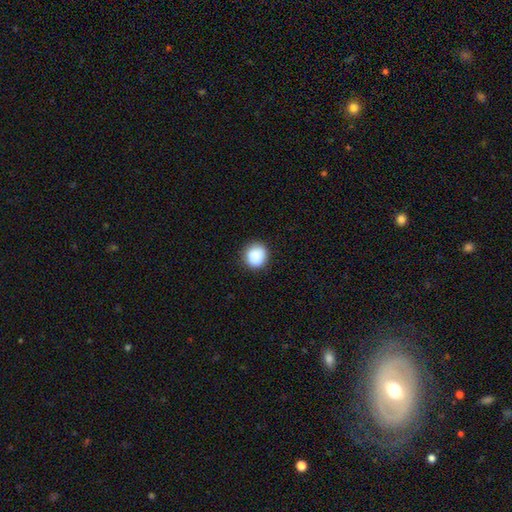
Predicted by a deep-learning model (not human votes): Smooth or featured? Predicted: smooth (p=0.88). How rounded? Predicted: round (p=0.91). Merging? Predicted: none (p=0.89).